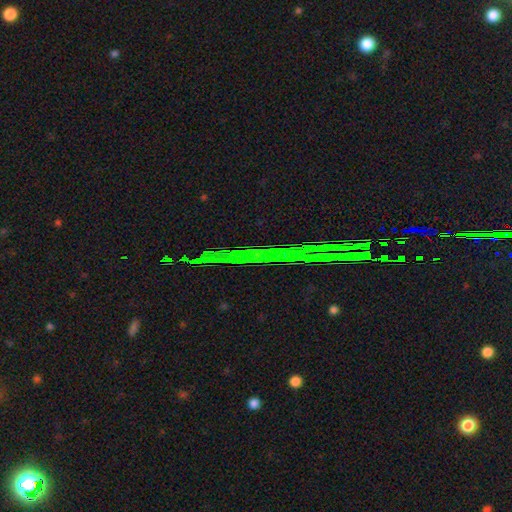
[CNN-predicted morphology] This appears to be a star or artifact, not a galaxy (82%).